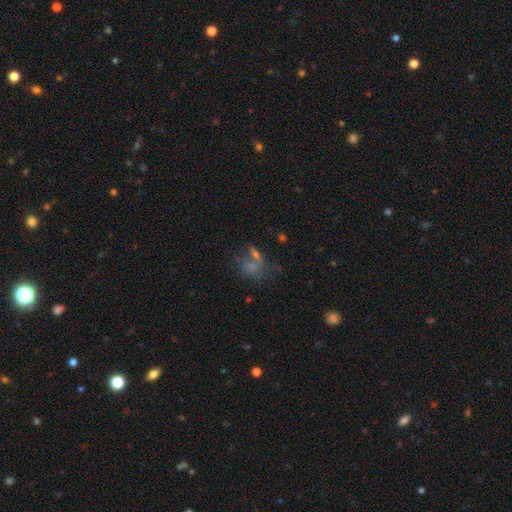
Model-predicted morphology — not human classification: type=smooth (44%); merging=none (38%).